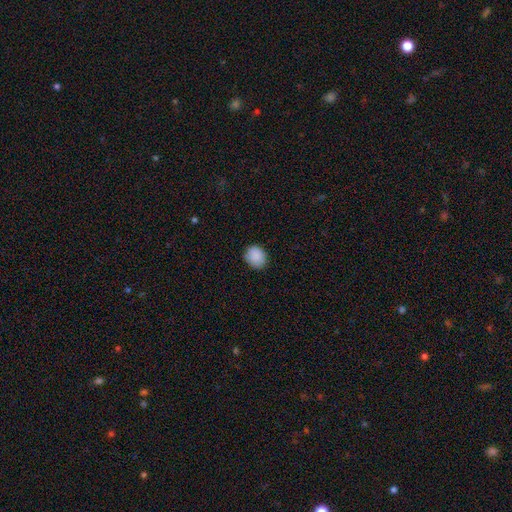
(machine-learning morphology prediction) A smooth galaxy with no disk features (88%) that is round (67%).

Vote fractions:
- Smooth or featured? smooth: 88% / star or artifact: 8% / featured or disk: 4%
- How rounded? round: 67% / in between: 32% / cigar-shaped: 1%
- Merging? none: 82% / minor disturbance: 14% / major disturbance: 3% / merger: 1%